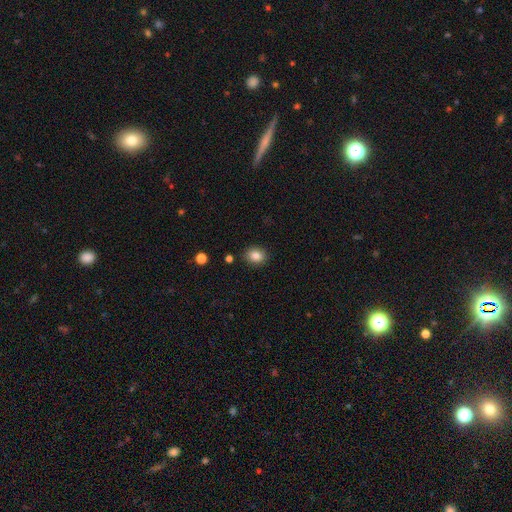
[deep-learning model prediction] This appears to be a smooth galaxy with no disk features (84%) that is round (57%). Merging: none (88%).